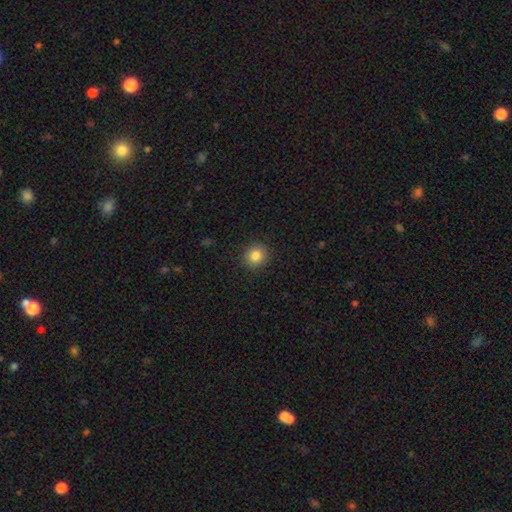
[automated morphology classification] This appears to be a smooth galaxy with no disk features (83%) that is round (88%). Merging: none (91%).